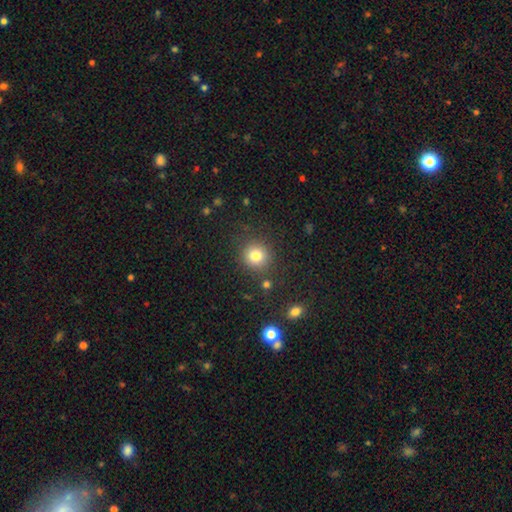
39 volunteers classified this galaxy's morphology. Smooth or featured? 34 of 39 (87%) said smooth. How rounded? 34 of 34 (100%) said round. Merging? 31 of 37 (84%) said none.